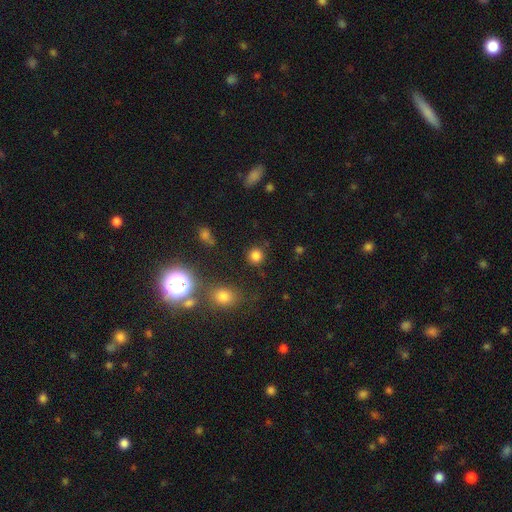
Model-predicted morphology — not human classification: A smooth galaxy with no disk features (80%) that is round (91%). Merging: none (86%).